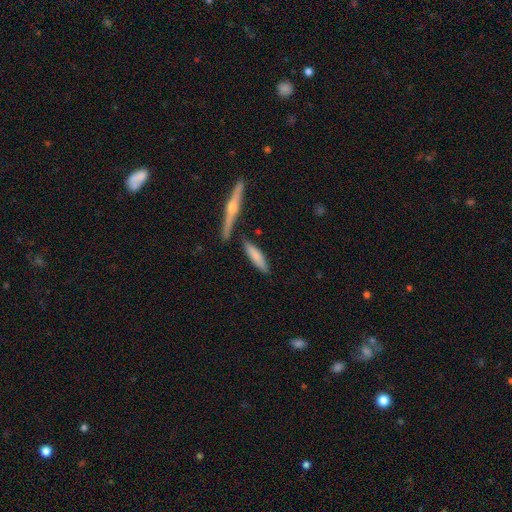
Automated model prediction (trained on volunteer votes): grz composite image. It shows a smooth galaxy with no disk features (72%) that is cigar-shaped (75%). Merging: none (74%).